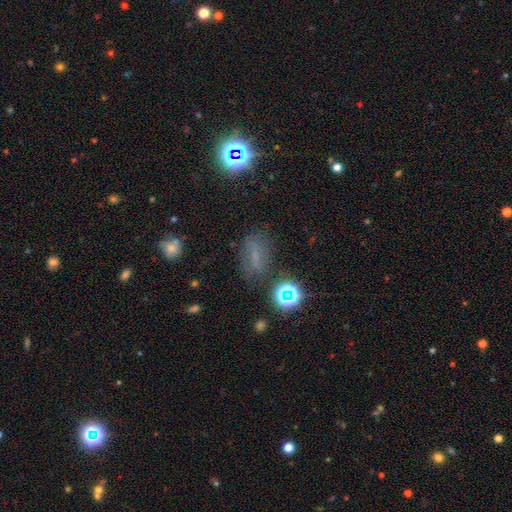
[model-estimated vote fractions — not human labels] A smooth galaxy with no disk features (47%). Merging: none (68%).